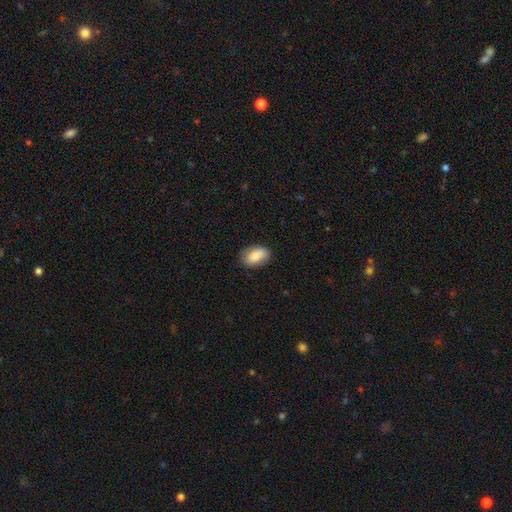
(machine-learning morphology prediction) type=smooth (77%); roundness=in between (90%); merging=none (81%).